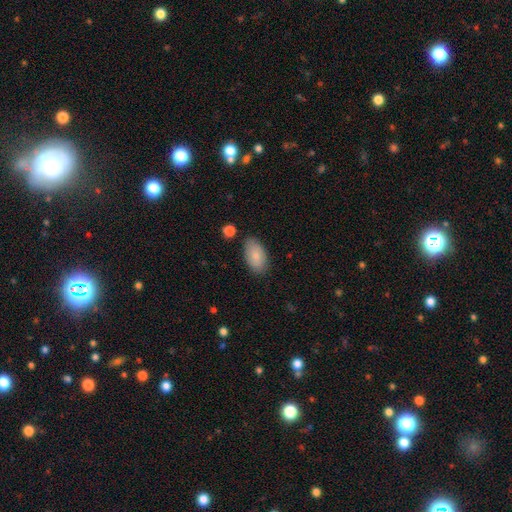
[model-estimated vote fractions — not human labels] This is clearly a smooth galaxy (82%). How rounded: clearly in between (94%). Merging: clearly none (80%).